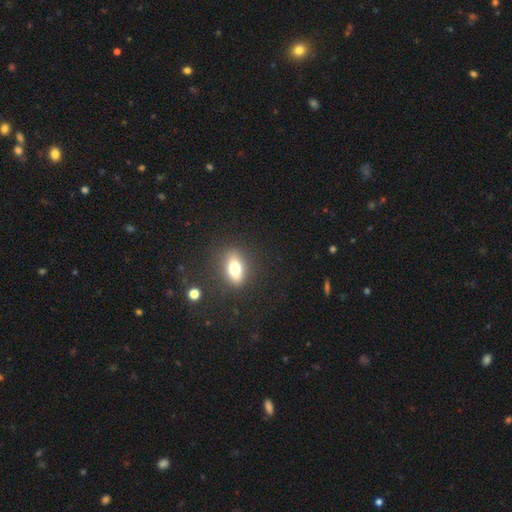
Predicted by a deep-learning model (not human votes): The model was most divided on "how rounded": in between: 55%, round: 41%, cigar-shaped: 4%. More confident: merging — none (84%); smooth or featured — smooth (58%).